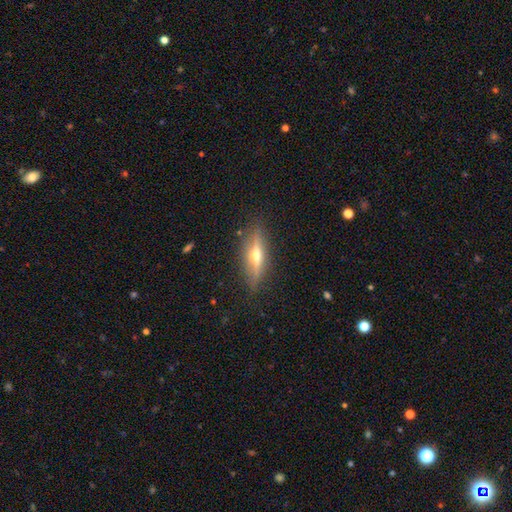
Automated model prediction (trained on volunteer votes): This appears to be a featured or disk galaxy (63%) viewed edge-on (92%) with a rounded central bulge (91%). Merging: none (86%).